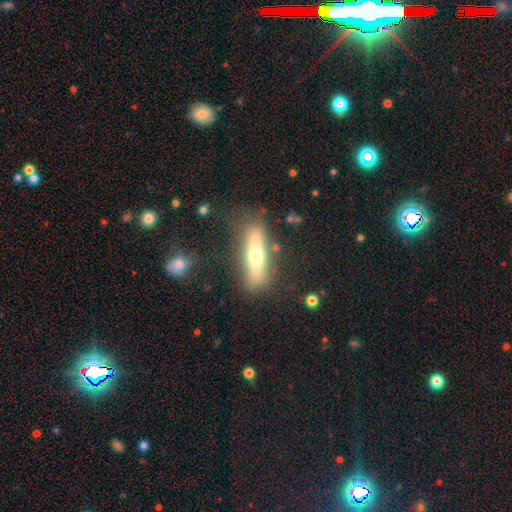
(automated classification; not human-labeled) Overall: smooth (47%; featured or disk 46%). Merging: none (76%).